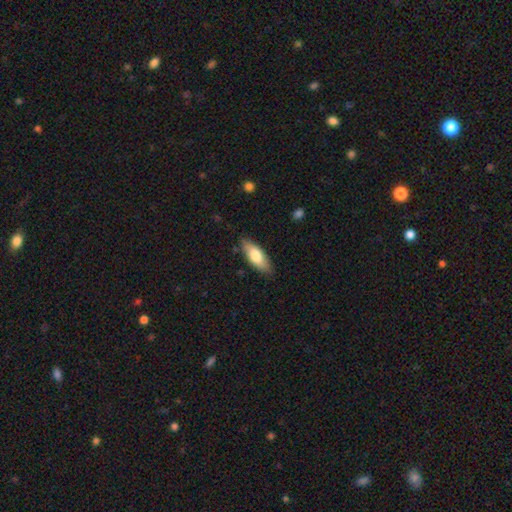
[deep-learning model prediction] This is likely a smooth galaxy (74%). How rounded: likely in between (71%). Merging: clearly none (84%).